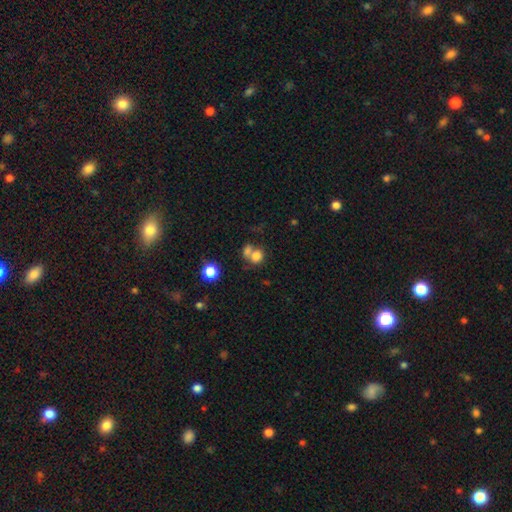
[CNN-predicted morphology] A smooth galaxy with no disk features (75%) that is round (68%).

Vote fractions:
- Smooth or featured? smooth: 75% / star or artifact: 13% / featured or disk: 12%
- How rounded? round: 68% / in between: 31% / cigar-shaped: 1%
- Merging? merger: 52% / none: 33% / minor disturbance: 8% / major disturbance: 6%